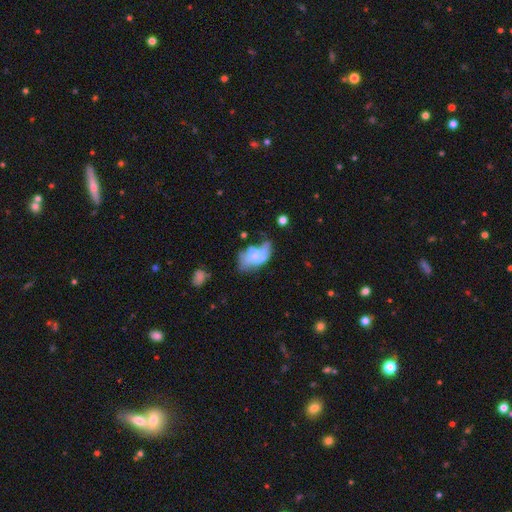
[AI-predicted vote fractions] Smooth or featured?
  - smooth: 45% * (tied)
  - featured or disk: 45% * (tied)
  - star or artifact: 10%
Merging?
  - major disturbance: 31% *
  - merger: 30%
  - none: 21%
  - minor disturbance: 18%